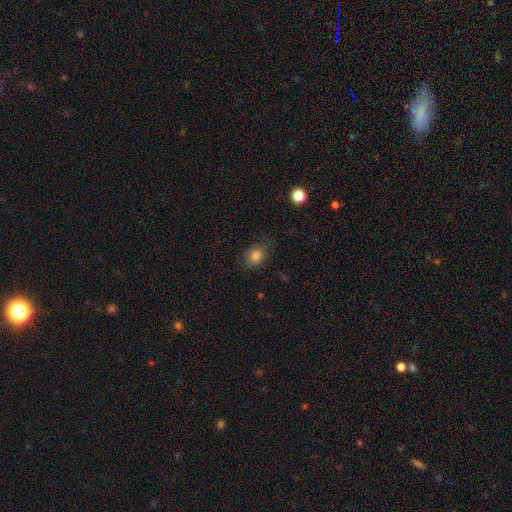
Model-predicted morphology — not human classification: Smooth or featured? Predicted: smooth (p=0.83). How rounded? Predicted: in between (p=0.62). Merging? Predicted: none (p=0.75).